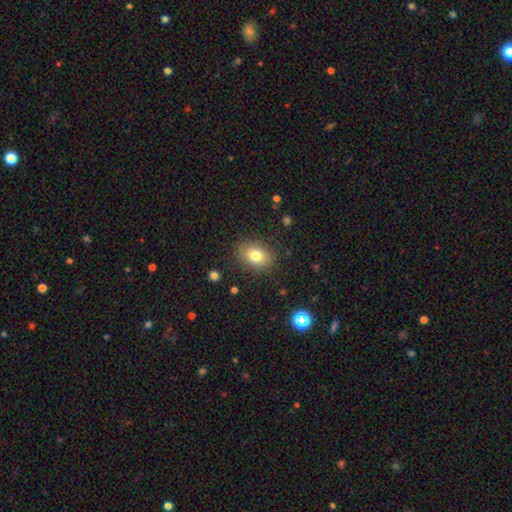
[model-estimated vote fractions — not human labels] smooth-or-featured: smooth: 79% | star or artifact: 11% | featured or disk: 10%
  how-rounded: in between: 68% | round: 30% | cigar-shaped: 1%
  merging: none: 86% | minor disturbance: 10% | major disturbance: 3% | merger: 1%